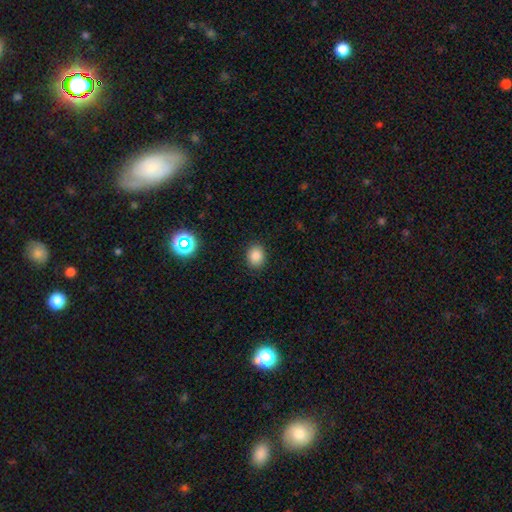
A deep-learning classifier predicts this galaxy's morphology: A smooth galaxy with no disk features (85%) that is round (60%).

Vote fractions:
- Smooth or featured? smooth: 85% / star or artifact: 11% / featured or disk: 4%
- How rounded? round: 60% / in between: 40% / cigar-shaped: 1%
- Merging? none: 89% / minor disturbance: 8% / major disturbance: 3% / merger: 1%